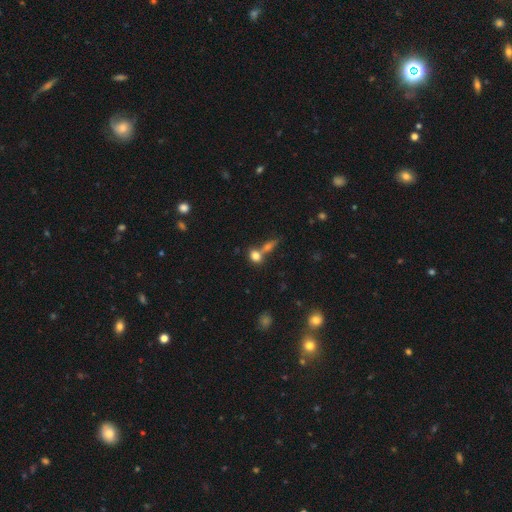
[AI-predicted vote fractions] Smooth or featured: smooth — 78% (star or artifact — 11%)
How rounded: in between — 56% (round — 39%)
Merging: merger — 47% (none — 39%)